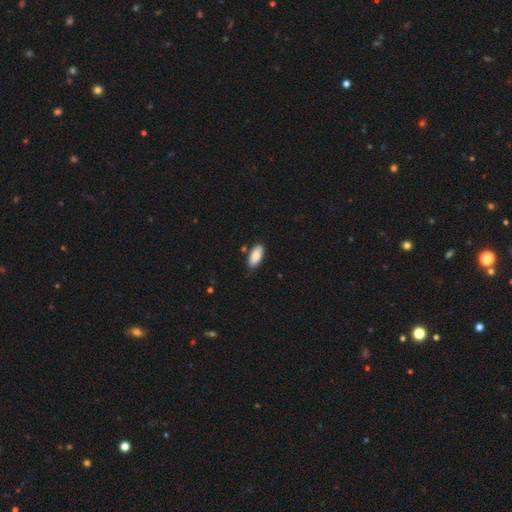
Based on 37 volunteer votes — smooth_or_featured: smooth (p=0.89) [alt: featured or disk p=0.11]
how_rounded: in between (p=0.88) [alt: cigar-shaped p=0.12]
merging: none (p=0.86) [alt: minor disturbance p=0.14]